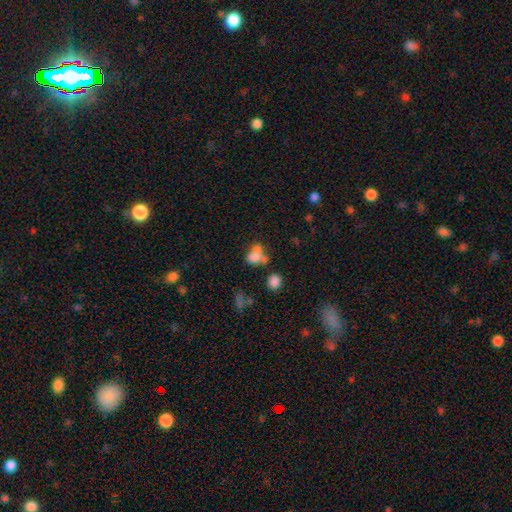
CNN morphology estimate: Smooth or featured? smooth (70%)
How rounded? in between (71%)
Merging? merger (38%)